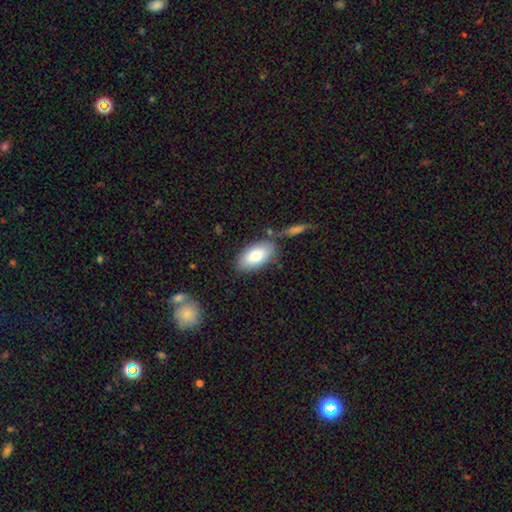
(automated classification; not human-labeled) A smooth galaxy with no disk features (79%) that is in between round and cigar-shaped (94%). Merging: none (75%).